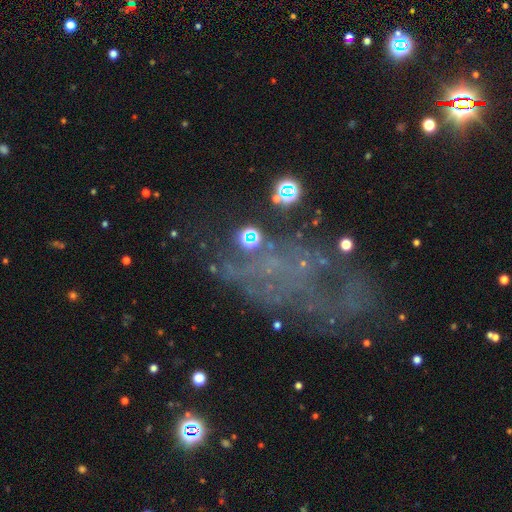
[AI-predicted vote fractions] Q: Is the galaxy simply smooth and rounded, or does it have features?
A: featured or disk — 44%.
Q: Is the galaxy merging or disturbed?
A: none — 44%.